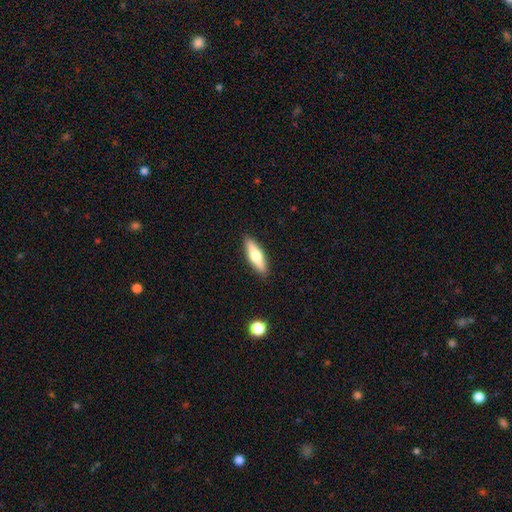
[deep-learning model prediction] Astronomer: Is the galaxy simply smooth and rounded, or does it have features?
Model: smooth — 52% (runner-up: featured or disk, 42%).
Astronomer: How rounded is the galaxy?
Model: cigar-shaped — 63%.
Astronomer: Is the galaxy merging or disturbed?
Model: none — 90%.